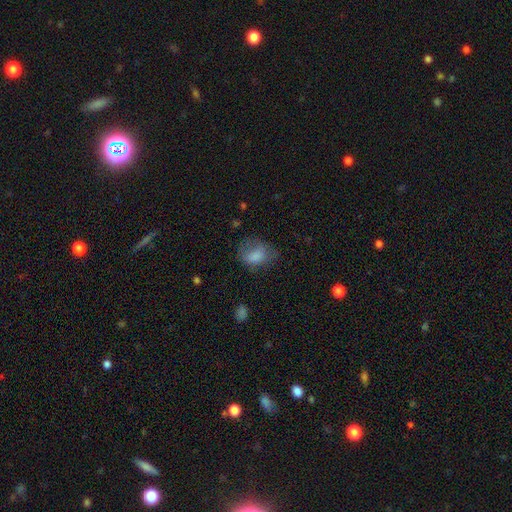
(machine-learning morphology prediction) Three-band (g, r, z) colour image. It shows a smooth galaxy with no disk features (78%) that is in between round and cigar-shaped (71%). Merging: none (47%).